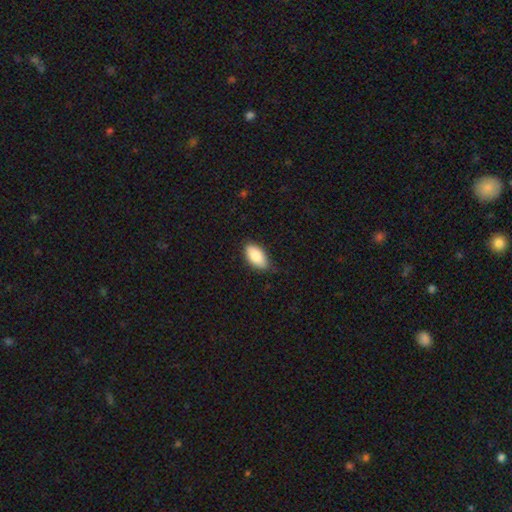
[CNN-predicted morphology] Smooth or featured: smooth — 86% (featured or disk — 8%)
How rounded: in between — 93% (cigar-shaped — 4%)
Merging: none — 79% (minor disturbance — 17%)